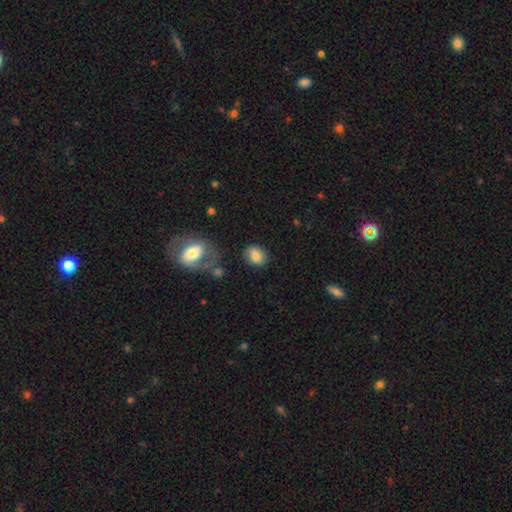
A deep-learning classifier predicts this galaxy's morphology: type=smooth (78%); roundness=in between (51%); merging=none (70%).